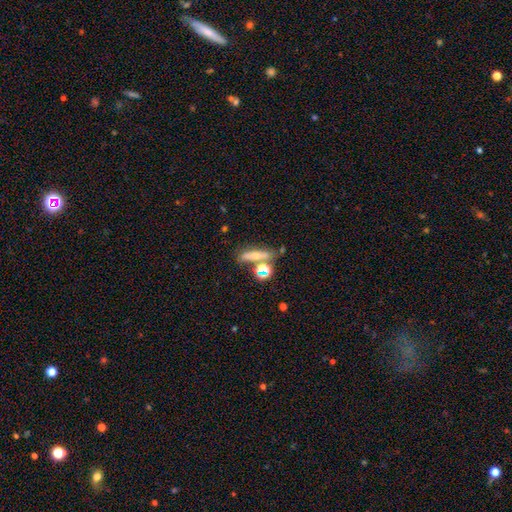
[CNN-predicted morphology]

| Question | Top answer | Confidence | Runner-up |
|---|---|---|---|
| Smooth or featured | smooth | 47% | featured or disk (39%) |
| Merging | none | 58% | merger (23%) |